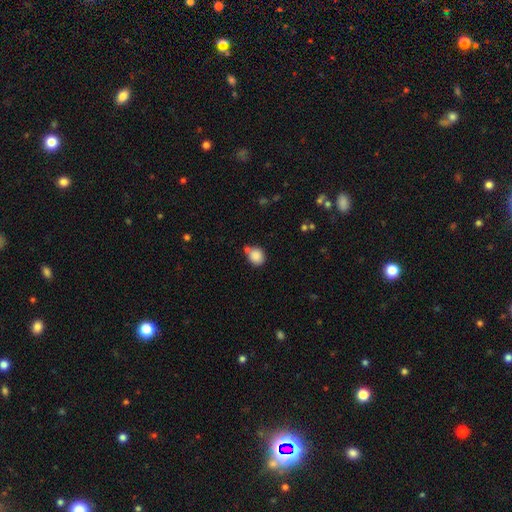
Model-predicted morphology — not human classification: smooth_or_featured: smooth (p=0.87) [alt: star or artifact p=0.09]
how_rounded: round (p=0.68) [alt: in between p=0.31]
merging: none (p=0.65) [alt: merger p=0.16]